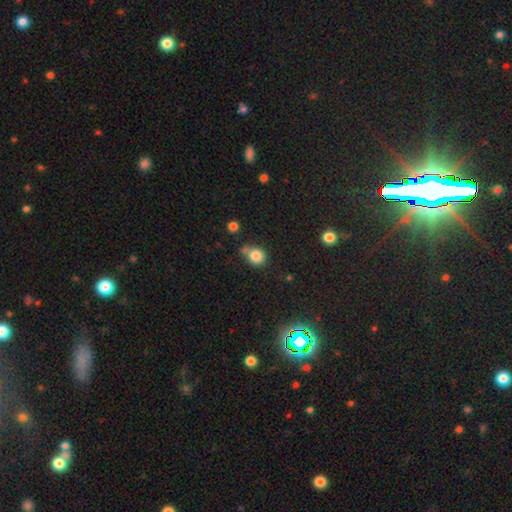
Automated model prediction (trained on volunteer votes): Smooth or featured?
  - smooth: 82% *
  - star or artifact: 11%
  - featured or disk: 6%
How rounded?
  - round: 78% *
  - in between: 21%
  - cigar-shaped: 1%
Merging?
  - none: 59% *
  - minor disturbance: 19%
  - merger: 17%
  - major disturbance: 5%